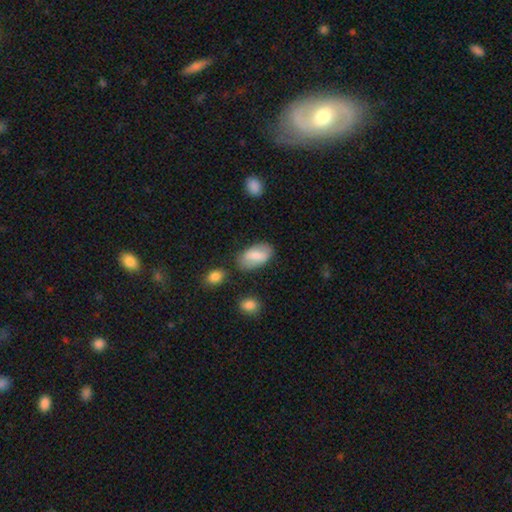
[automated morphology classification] Overall: smooth (71%). How rounded: in between (94%). Merging: none (75%).